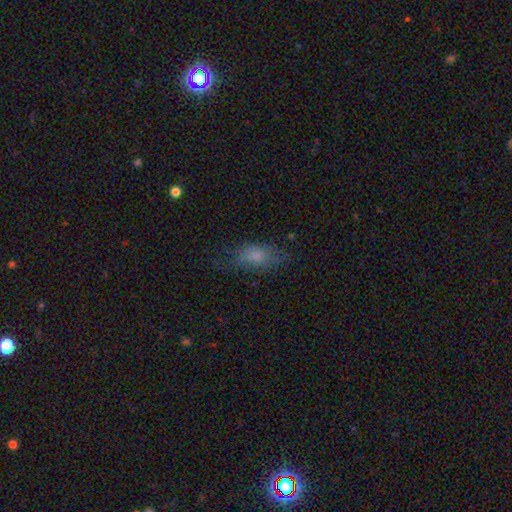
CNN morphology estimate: Smooth or featured? Predicted: smooth (p=0.71). How rounded? Predicted: in between (p=0.77). Merging? Predicted: none (p=0.60).